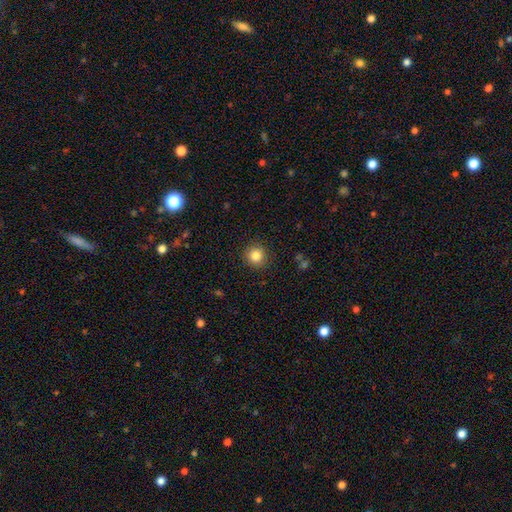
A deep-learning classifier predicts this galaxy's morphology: Smooth or featured? Predicted: smooth (p=0.84). How rounded? Predicted: round (p=0.94). Merging? Predicted: none (p=0.91).